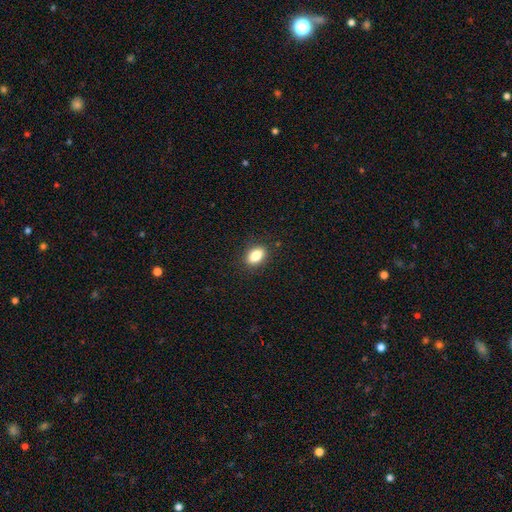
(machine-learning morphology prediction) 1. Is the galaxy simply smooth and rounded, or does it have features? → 84% smooth, 8% star or artifact, 7% featured or disk.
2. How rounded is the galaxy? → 84% in between, 12% round, 3% cigar-shaped.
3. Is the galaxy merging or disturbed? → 88% none, 9% minor disturbance, 2% major disturbance, 1% merger.